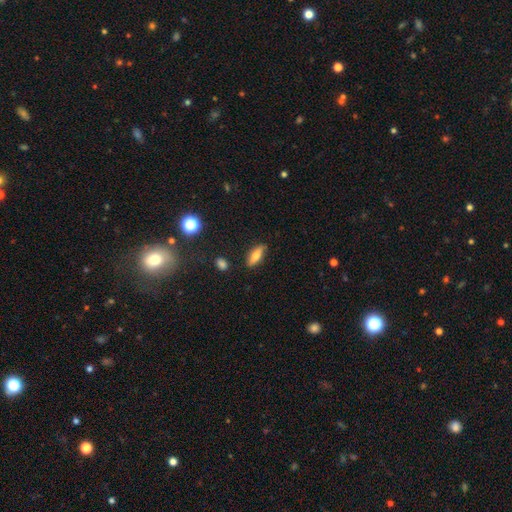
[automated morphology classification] type=smooth (65%); roundness=in between (56%); merging=none (85%).